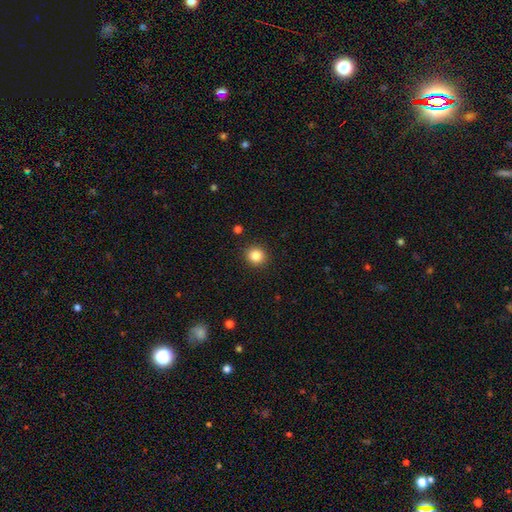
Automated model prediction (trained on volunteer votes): Smooth or featured?
  - smooth: 85% *
  - star or artifact: 10%
  - featured or disk: 5%
How rounded?
  - round: 88% *
  - in between: 12%
  - cigar-shaped: 1%
Merging?
  - none: 91% *
  - minor disturbance: 6%
  - major disturbance: 2%
  - merger: 1%